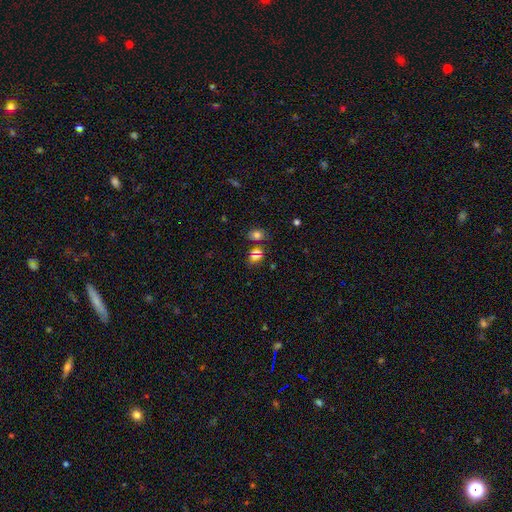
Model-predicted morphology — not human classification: A smooth galaxy with no disk features (48%).

Vote fractions:
- Smooth or featured? smooth: 48% / star or artifact: 43% / featured or disk: 9%
- Merging? none: 74% / minor disturbance: 11% / merger: 9% / major disturbance: 5%